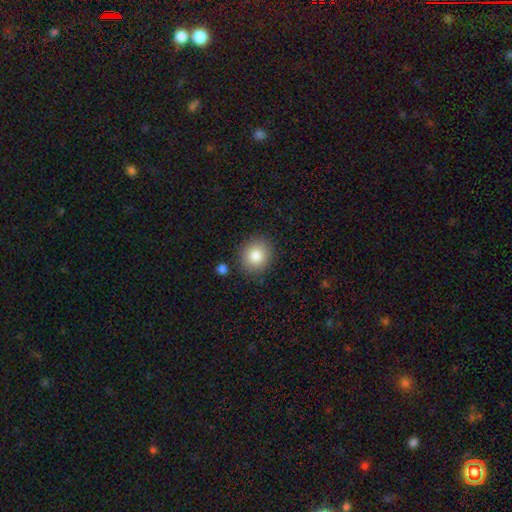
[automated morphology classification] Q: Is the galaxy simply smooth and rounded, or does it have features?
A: smooth — 84%.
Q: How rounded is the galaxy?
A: round — 81%.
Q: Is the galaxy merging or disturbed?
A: none — 87%.